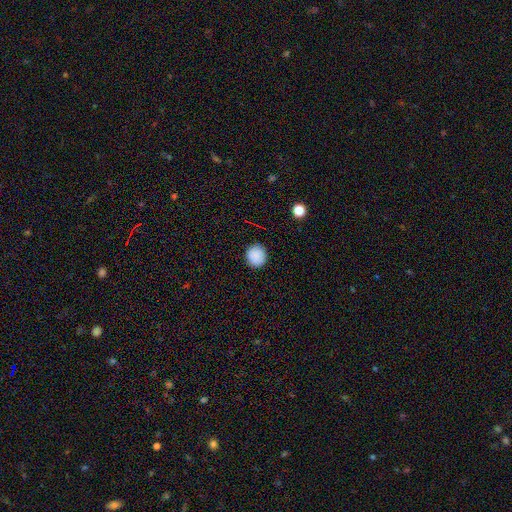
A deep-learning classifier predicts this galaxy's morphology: The model was most divided on "smooth or featured": smooth: 88%, star or artifact: 9%, featured or disk: 3%. More confident: how rounded — round (91%); merging — none (91%).